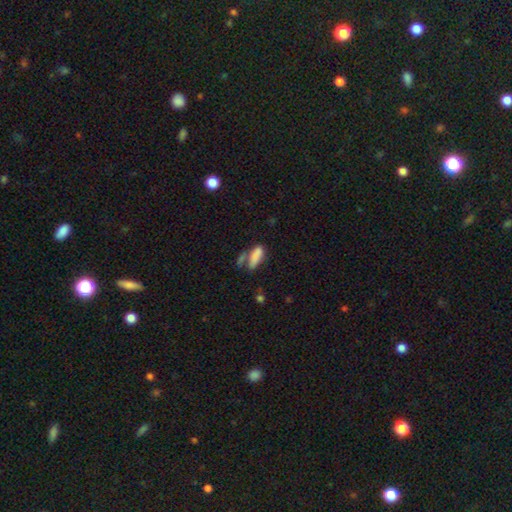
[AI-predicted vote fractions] smooth_or_featured: smooth (p=0.81) [alt: featured or disk p=0.10]
how_rounded: in between (p=0.69) [alt: cigar-shaped p=0.28]
merging: none (p=0.40) [alt: merger p=0.30]